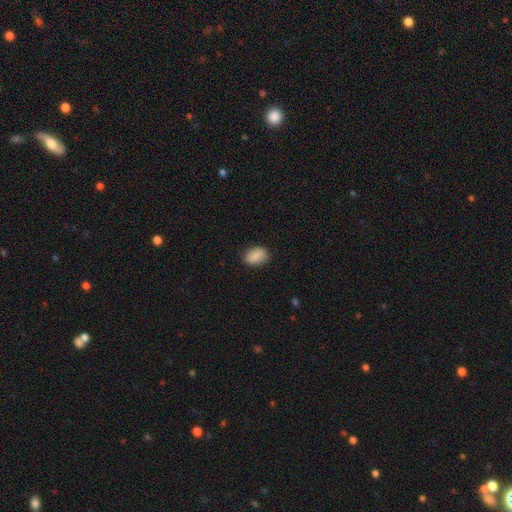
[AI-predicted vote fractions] A smooth galaxy with no disk features (88%) that is in between round and cigar-shaped (81%). Merging: none (86%).